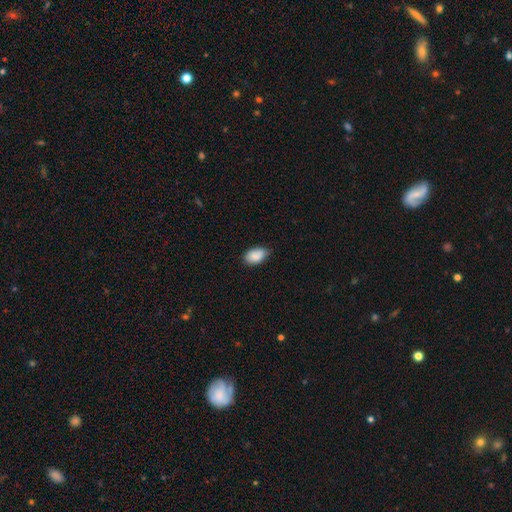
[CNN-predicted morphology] Smooth or featured? Predicted: smooth (p=0.89). How rounded? Predicted: in between (p=0.92). Merging? Predicted: none (p=0.75).